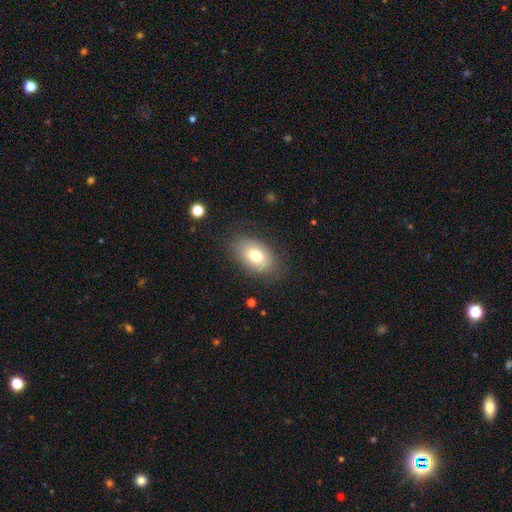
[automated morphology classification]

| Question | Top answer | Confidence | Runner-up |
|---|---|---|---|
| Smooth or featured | smooth | 74% | featured or disk (18%) |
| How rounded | in between | 87% | round (11%) |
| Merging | none | 80% | minor disturbance (14%) |